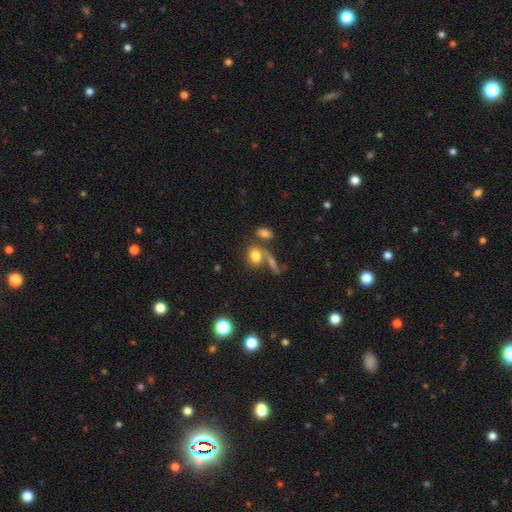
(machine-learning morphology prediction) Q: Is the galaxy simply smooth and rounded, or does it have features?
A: smooth — 77%.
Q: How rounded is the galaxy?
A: in between — 53%.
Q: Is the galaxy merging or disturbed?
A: none — 49%.